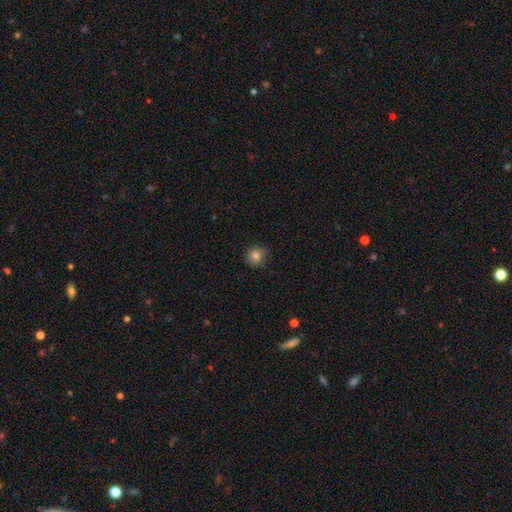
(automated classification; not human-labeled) Smooth or featured? smooth (81%)
How rounded? round (90%)
Merging? none (83%)